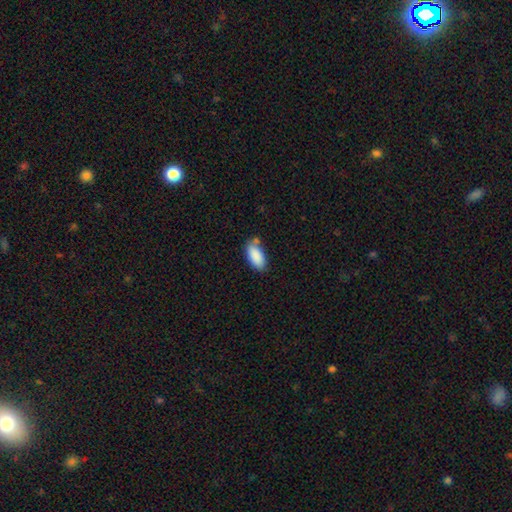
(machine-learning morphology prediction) Smooth or featured?
  - smooth: 88% *
  - star or artifact: 7%
  - featured or disk: 5%
How rounded?
  - in between: 91% *
  - cigar-shaped: 6%
  - round: 2%
Merging?
  - none: 65% *
  - minor disturbance: 20%
  - merger: 11%
  - major disturbance: 4%